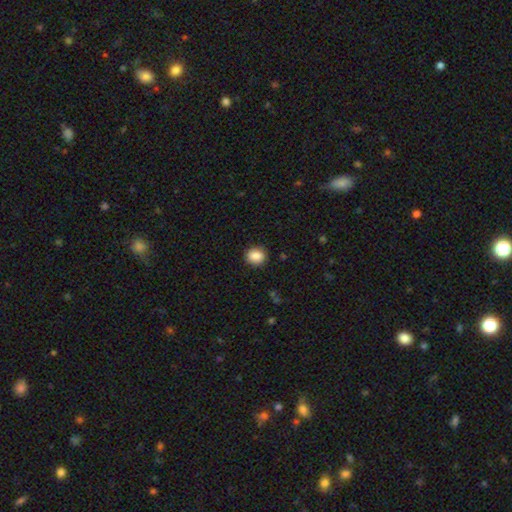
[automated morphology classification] Overall: smooth (87%). How rounded: round (71%). Merging: none (89%).